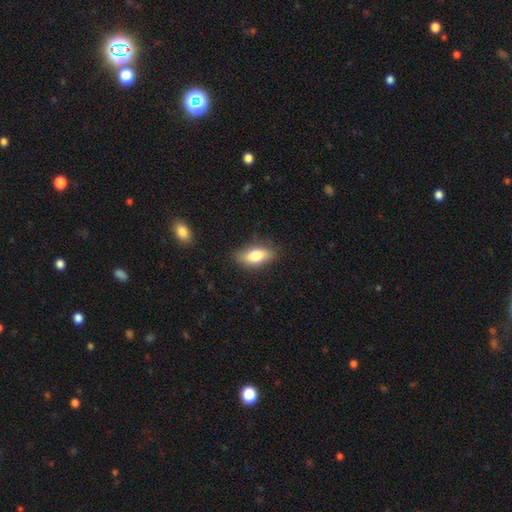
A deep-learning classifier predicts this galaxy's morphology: Smooth or featured: smooth — 75% (featured or disk — 18%)
How rounded: in between — 81% (cigar-shaped — 14%)
Merging: none — 81% (minor disturbance — 14%)